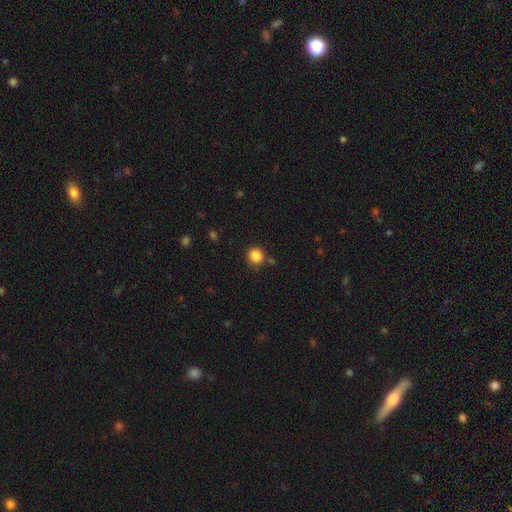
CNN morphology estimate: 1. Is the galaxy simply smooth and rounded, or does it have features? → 86% smooth, 11% star or artifact, 4% featured or disk.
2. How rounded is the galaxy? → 93% round, 6% in between, 1% cigar-shaped.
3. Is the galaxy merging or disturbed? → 82% none, 10% minor disturbance, 6% merger, 3% major disturbance.